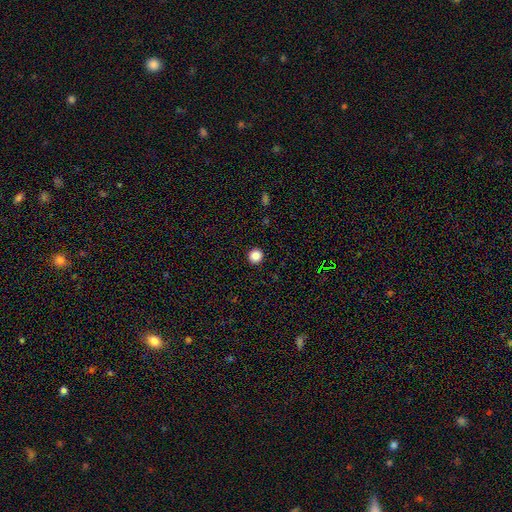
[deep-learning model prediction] Morphology: type=smooth (86%); roundness=round (95%); merging=none (93%).